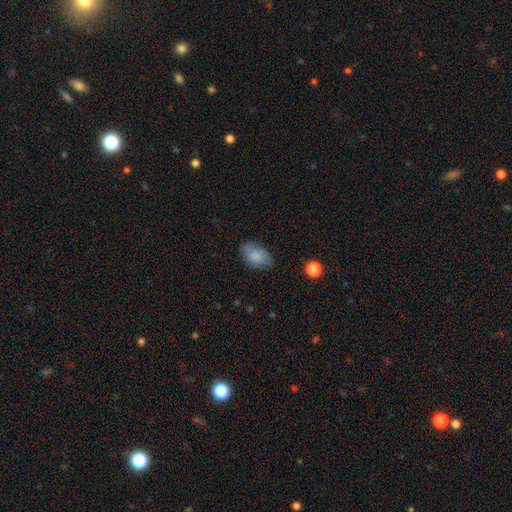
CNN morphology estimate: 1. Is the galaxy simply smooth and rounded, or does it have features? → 75% smooth, 16% featured or disk, 9% star or artifact.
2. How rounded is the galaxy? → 88% in between, 10% round, 1% cigar-shaped.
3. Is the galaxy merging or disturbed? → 64% none, 26% minor disturbance, 8% major disturbance, 2% merger.